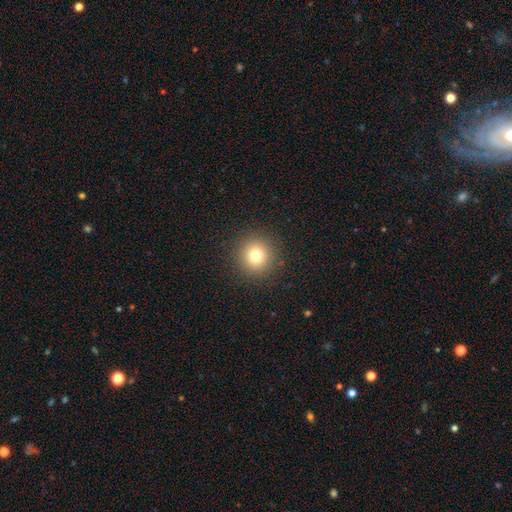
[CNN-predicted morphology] type=smooth (76%); roundness=round (95%); merging=none (91%).